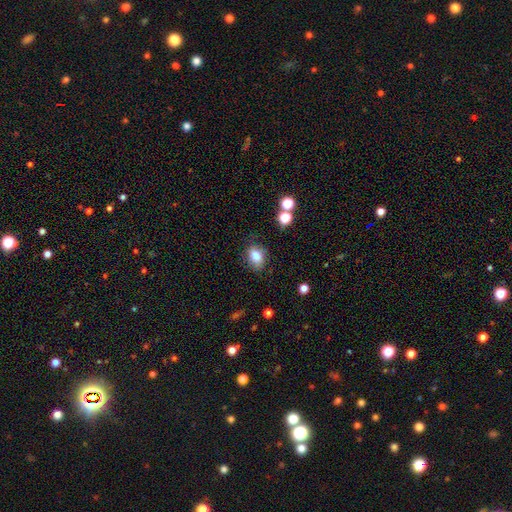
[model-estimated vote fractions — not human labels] Smooth or featured? smooth (81%)
How rounded? in between (73%)
Merging? none (74%)